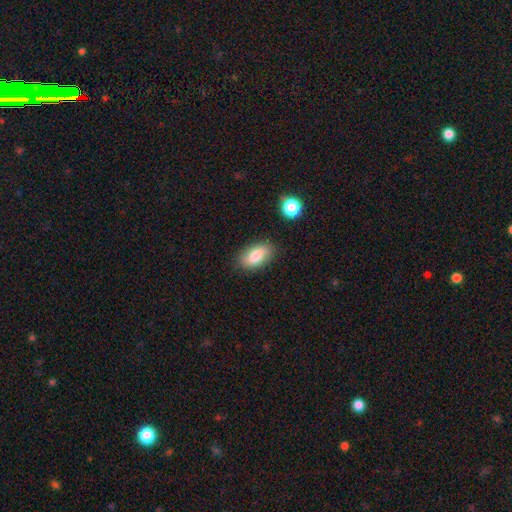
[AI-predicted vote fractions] Morphology: type=smooth (81%); roundness=in between (92%); merging=none (83%).